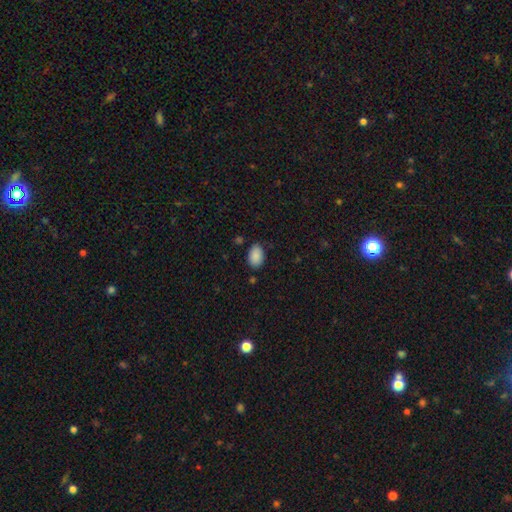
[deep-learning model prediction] smooth-or-featured: smooth: 89% | star or artifact: 7% | featured or disk: 4%
  how-rounded: in between: 87% | round: 12% | cigar-shaped: 1%
  merging: none: 83% | minor disturbance: 13% | major disturbance: 3% | merger: 2%